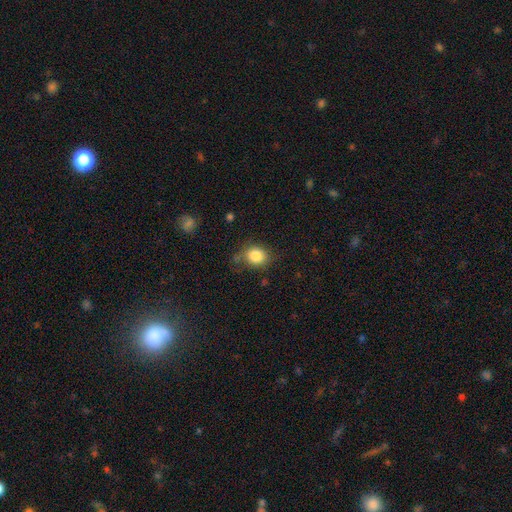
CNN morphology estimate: Overall: smooth (84%). How rounded: round (65%; in between 34%). Merging: none (68%).